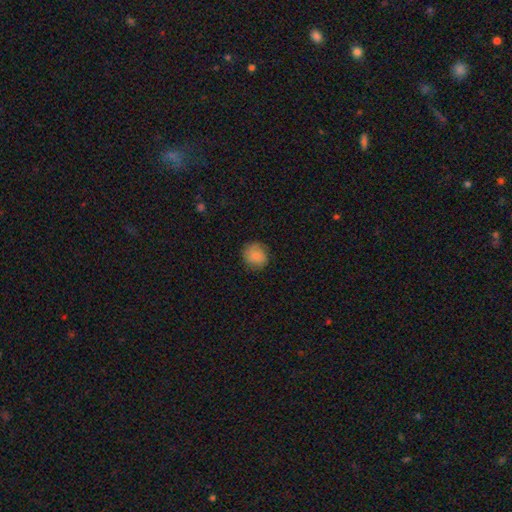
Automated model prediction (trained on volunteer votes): Smooth or featured: smooth — 86% (star or artifact — 8%)
How rounded: round — 87% (in between — 12%)
Merging: none — 83% (minor disturbance — 13%)